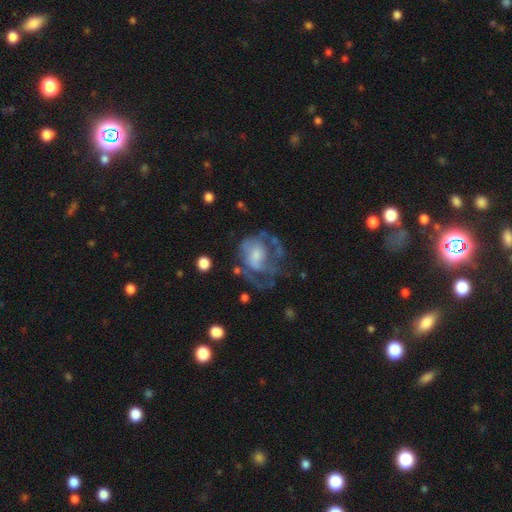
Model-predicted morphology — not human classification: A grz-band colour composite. It shows a featured or disk galaxy (65%) with no bar (59%), spiral arms (65%) and a moderate central bulge (35%). Merging: major disturbance (43%).